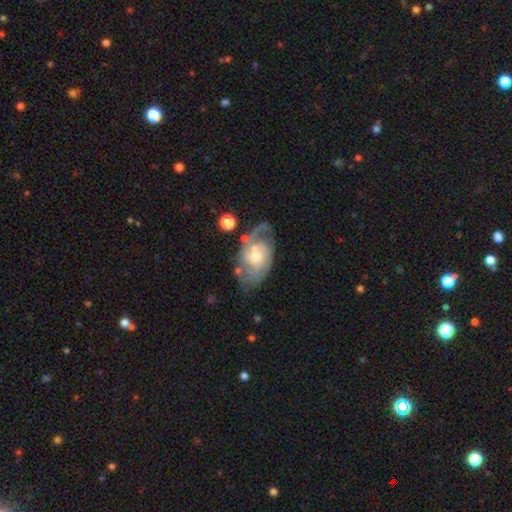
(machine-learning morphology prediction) Smooth or featured? featured or disk (84%)
Edge-on disk? no (96%)
Bar? no (60%)
Spiral arms? yes (95%)
Spiral winding? tight (45%)
Spiral arm count? 2 (55%)
Bulge size? moderate (56%)
Merging? none (61%)